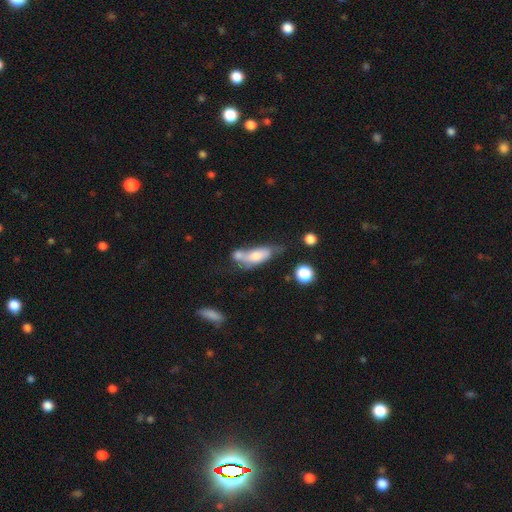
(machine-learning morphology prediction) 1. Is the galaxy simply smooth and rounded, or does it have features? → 57% smooth, 35% featured or disk, 8% star or artifact.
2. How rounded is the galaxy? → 65% in between, 31% cigar-shaped, 3% round.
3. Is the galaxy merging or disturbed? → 39% merger, 27% none, 20% minor disturbance, 14% major disturbance.